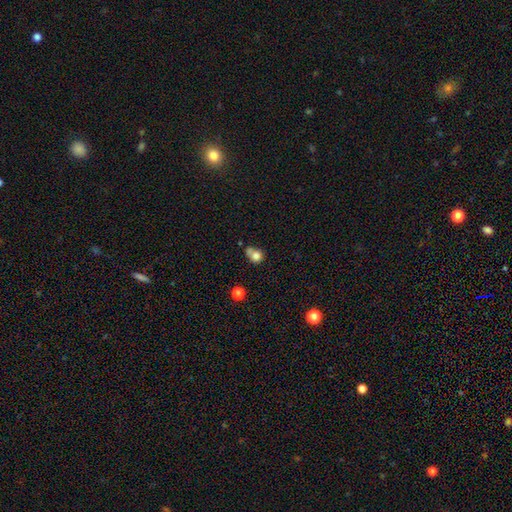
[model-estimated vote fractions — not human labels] smooth 77%, featured or disk 11%, star or artifact 11%. Down the decision tree: how rounded — round (79%); merging — none (40%).